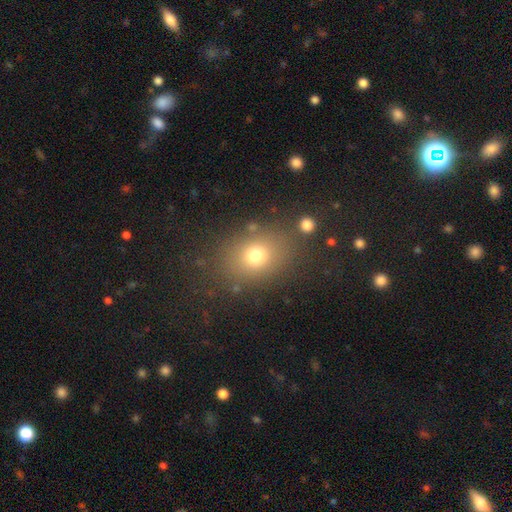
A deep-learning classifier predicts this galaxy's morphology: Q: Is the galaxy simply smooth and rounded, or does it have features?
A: smooth — 72%.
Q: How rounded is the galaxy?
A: in between — 53%.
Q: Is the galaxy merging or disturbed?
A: none — 80%.